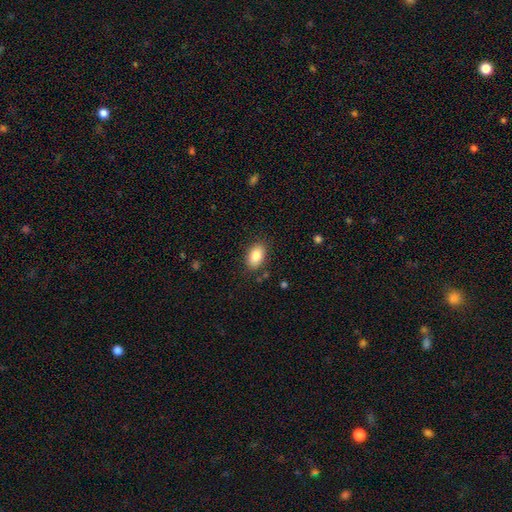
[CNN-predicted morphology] smooth_or_featured: smooth (p=0.83) [alt: featured or disk p=0.09]
how_rounded: in between (p=0.90) [alt: round p=0.09]
merging: none (p=0.86) [alt: minor disturbance p=0.10]